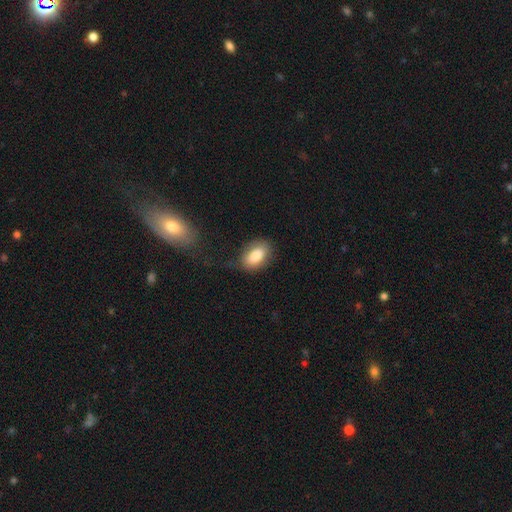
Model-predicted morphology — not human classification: Smooth or featured? smooth (82%)
How rounded? in between (90%)
Merging? none (70%)